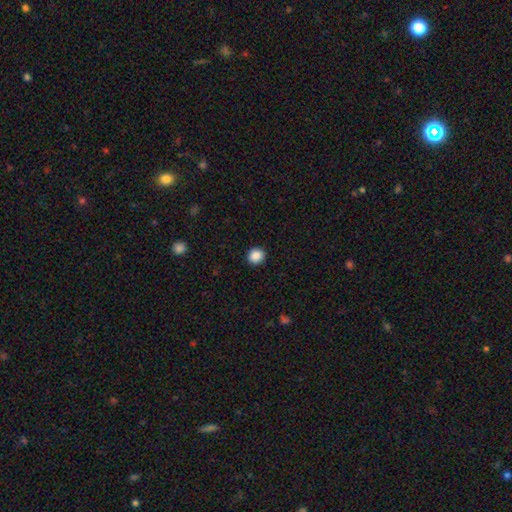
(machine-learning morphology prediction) This appears to be a smooth galaxy with no disk features (88%) that is round (87%). Merging: none (92%).